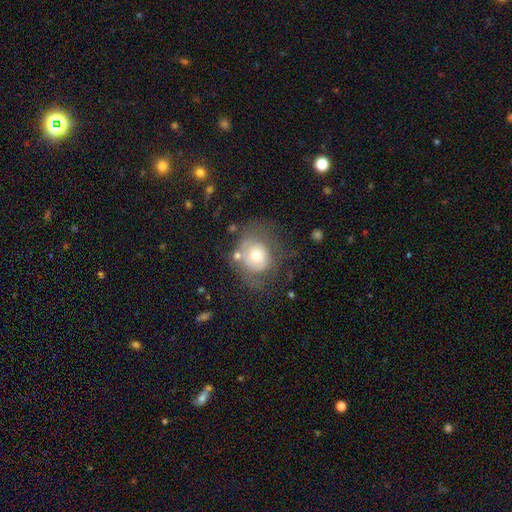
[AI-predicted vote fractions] A smooth galaxy with no disk features (48%). Merging: none (48%).